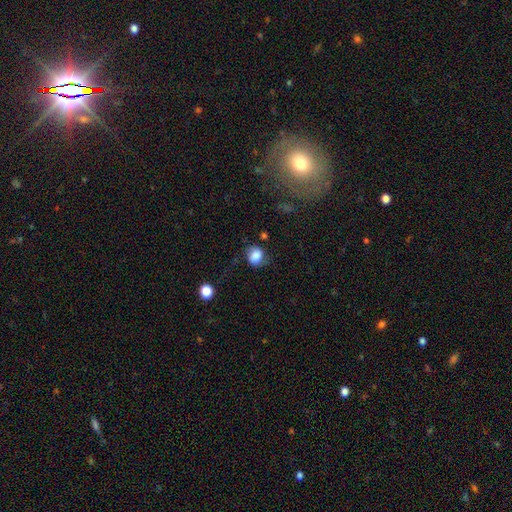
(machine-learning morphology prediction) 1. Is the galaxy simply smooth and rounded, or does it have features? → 78% smooth, 13% featured or disk, 9% star or artifact.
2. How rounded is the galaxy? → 69% round, 30% in between, 1% cigar-shaped.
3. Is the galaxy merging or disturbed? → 60% none, 26% minor disturbance, 11% major disturbance, 3% merger.